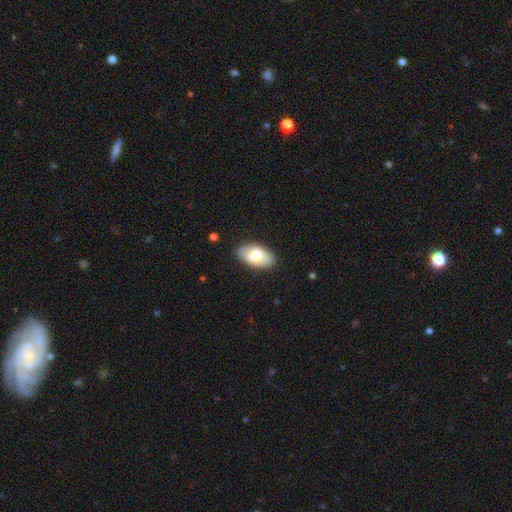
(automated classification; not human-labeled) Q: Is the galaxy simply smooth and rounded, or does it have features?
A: smooth — 70%.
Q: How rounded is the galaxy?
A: in between — 94%.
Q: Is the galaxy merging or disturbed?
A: none — 83%.